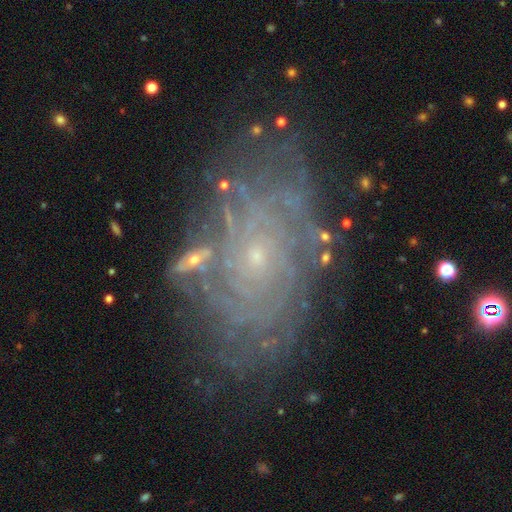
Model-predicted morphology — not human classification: The model was most divided on "spiral arm count": can't tell: 56%, more than 4: 12%, 2: 9%, 4: 9%, 3: 7%, 1: 5%. More confident: edge-on disk — no (95%); bulge size — small (86%); bar — no (83%); spiral arms — yes (82%); smooth or featured — featured or disk (75%); merging — none (75%); spiral winding — tight (74%).